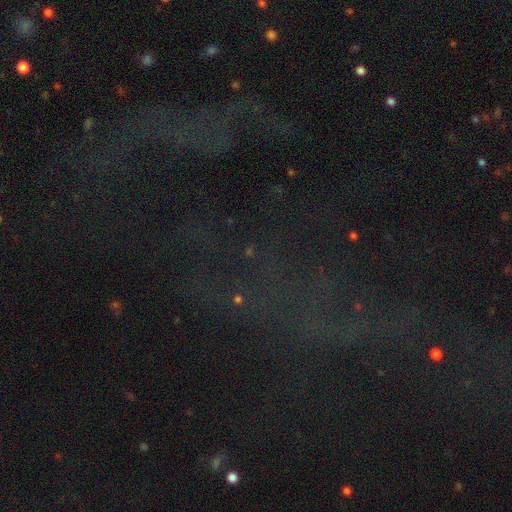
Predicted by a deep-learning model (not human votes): smooth-or-featured: star or artifact: 64% | featured or disk: 20% | smooth: 15%